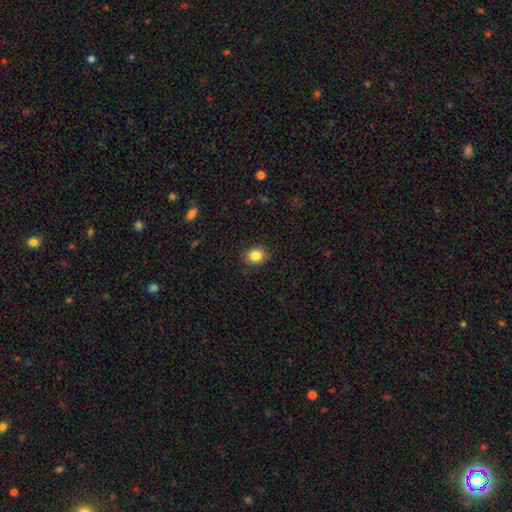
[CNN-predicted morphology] A smooth galaxy with no disk features (85%) that is round (63%).

Vote fractions:
- Smooth or featured? smooth: 85% / star or artifact: 10% / featured or disk: 5%
- How rounded? round: 63% / in between: 37% / cigar-shaped: 1%
- Merging? none: 90% / minor disturbance: 7% / major disturbance: 2% / merger: 1%